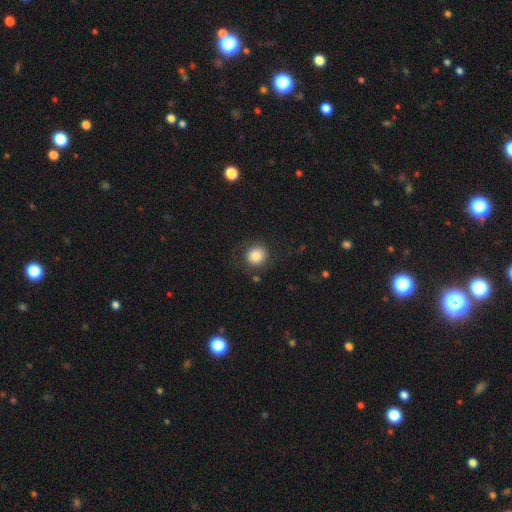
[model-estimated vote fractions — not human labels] A smooth galaxy with no disk features (84%) that is round (89%). Merging: none (81%).